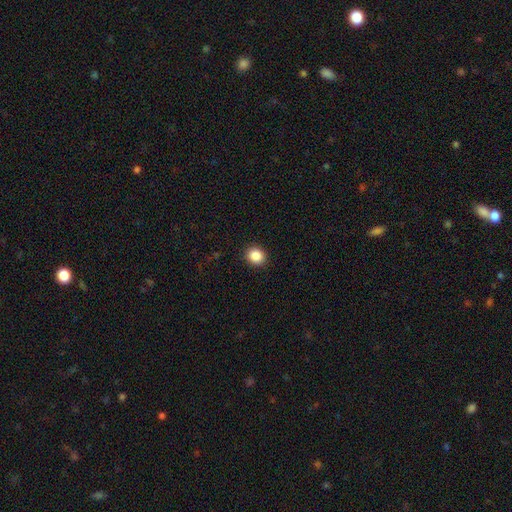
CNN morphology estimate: Smooth or featured?
  - smooth: 87% *
  - star or artifact: 9%
  - featured or disk: 3%
How rounded?
  - round: 77% *
  - in between: 22%
  - cigar-shaped: 1%
Merging?
  - none: 91% *
  - minor disturbance: 6%
  - major disturbance: 2%
  - merger: 1%